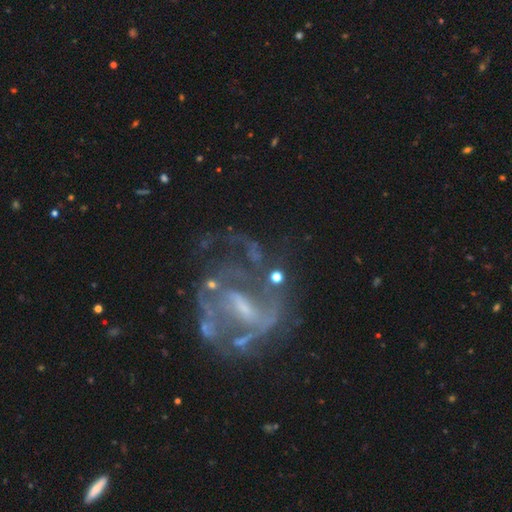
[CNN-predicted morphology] smooth_or_featured: featured or disk (p=0.84) [alt: star or artifact p=0.10]
disk_edge_on: no (p=0.97) [alt: yes p=0.03]
bar: weak (p=0.48) [alt: strong p=0.30]
has_spiral_arms: yes (p=0.78) [alt: no p=0.22]
spiral_winding: medium (p=0.45) [alt: tight p=0.31]
spiral_arm_count: 2 (p=0.37) [alt: can't tell p=0.33]
bulge_size: small (p=0.46) [alt: none p=0.26]
merging: none (p=0.46) [alt: major disturbance p=0.30]